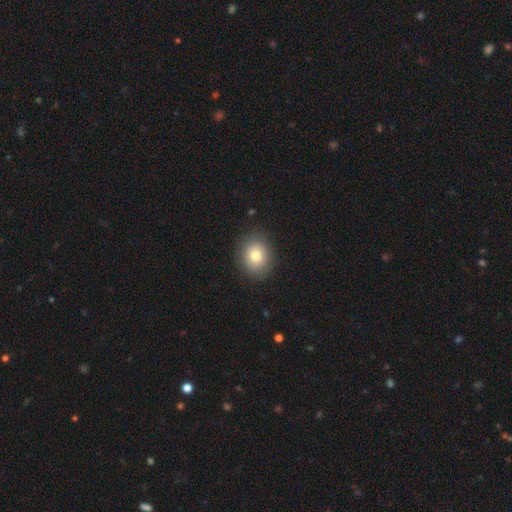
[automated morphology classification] smooth-or-featured: smooth: 79% | featured or disk: 11% | star or artifact: 10%
  how-rounded: round: 61% | in between: 39% | cigar-shaped: 1%
  merging: none: 87% | minor disturbance: 9% | major disturbance: 3% | merger: 1%